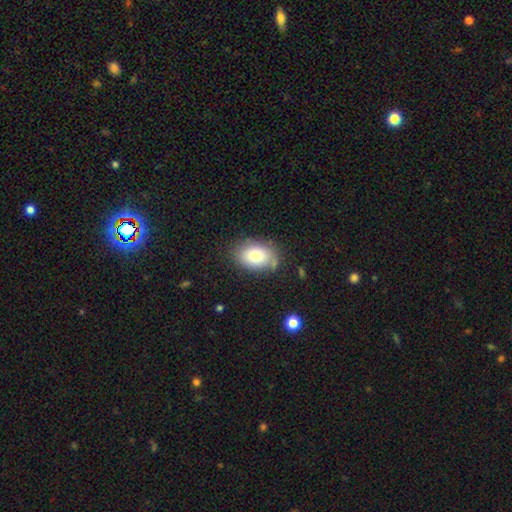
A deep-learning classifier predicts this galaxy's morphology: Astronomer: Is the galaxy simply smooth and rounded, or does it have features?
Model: smooth — 78%.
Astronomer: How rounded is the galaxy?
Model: in between — 84%.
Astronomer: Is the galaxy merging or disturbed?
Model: none — 76%.